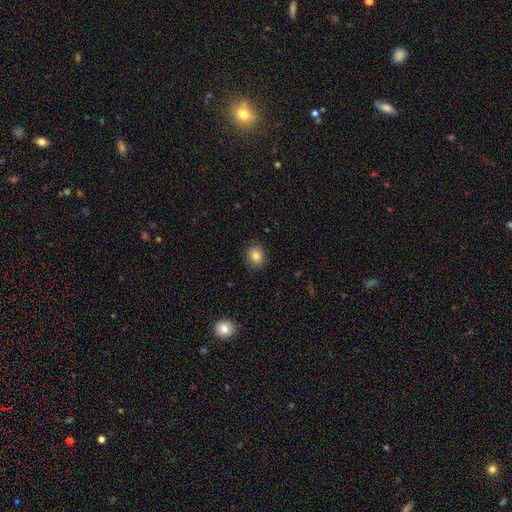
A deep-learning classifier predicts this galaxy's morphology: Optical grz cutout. It shows a smooth galaxy with no disk features (83%) that is round (74%). Merging: none (89%).